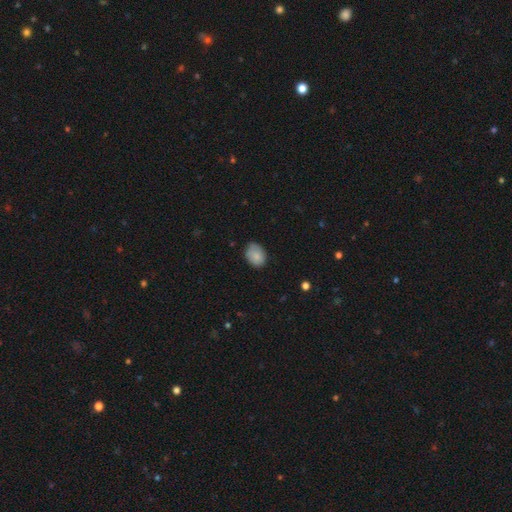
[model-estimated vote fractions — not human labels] A smooth galaxy with no disk features (84%) that is in between round and cigar-shaped (70%). Merging: none (70%).